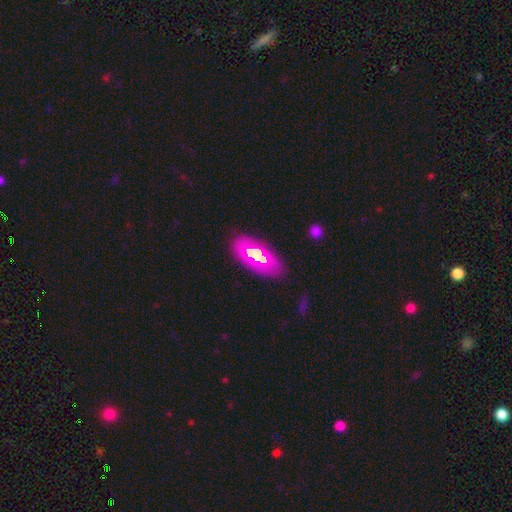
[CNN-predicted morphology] Q: Smooth or featured?
A: featured or disk (47%); runner-up: smooth (42%)
Q: Merging?
A: none (81%); runner-up: minor disturbance (13%)